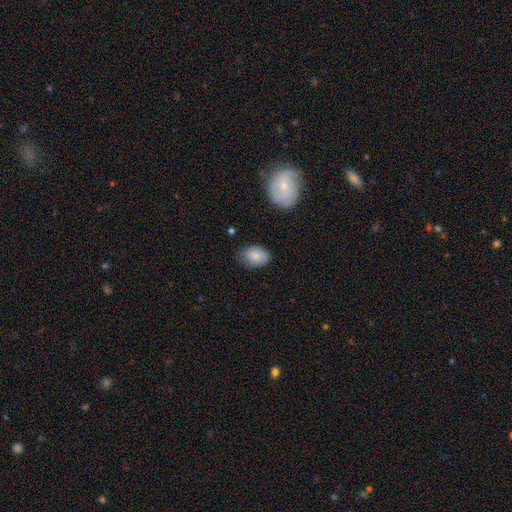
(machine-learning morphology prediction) A smooth galaxy with no disk features (83%) that is in between round and cigar-shaped (81%).

Vote fractions:
- Smooth or featured? smooth: 83% / featured or disk: 9% / star or artifact: 7%
- How rounded? in between: 81% / round: 18% / cigar-shaped: 1%
- Merging? none: 69% / minor disturbance: 24% / major disturbance: 5% / merger: 2%